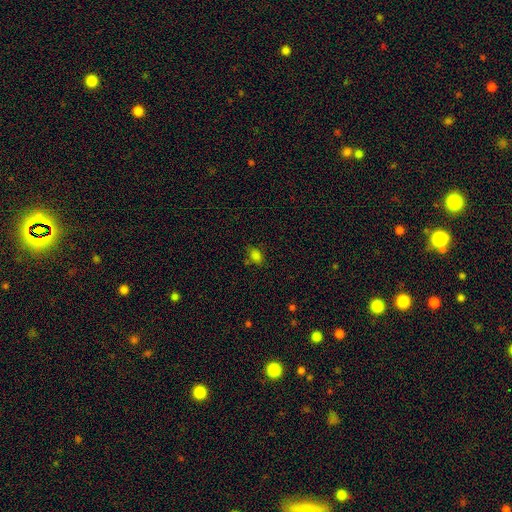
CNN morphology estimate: A smooth galaxy with no disk features (77%) that is in between round and cigar-shaped (78%). Merging: none (69%).